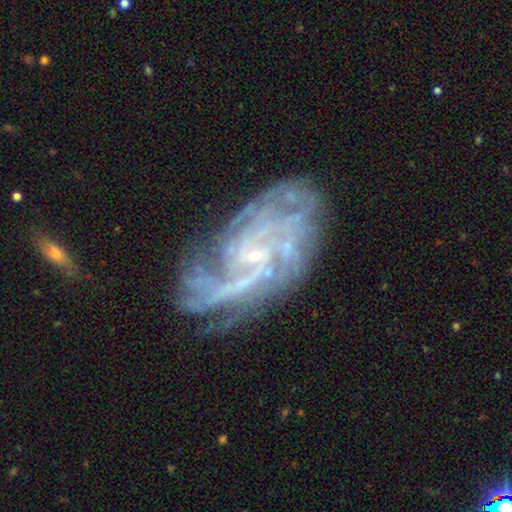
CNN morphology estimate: Overall: featured or disk (83%). Edge-on disk: no (96%). Bar: no (52%; weak 36%). Spiral arms: yes (90%). Spiral arm count: can't tell (37%; 4 15%). Spiral winding: tight (47%; medium 36%). Bulge size: small (77%). Merging: none (58%; minor disturbance 21%).